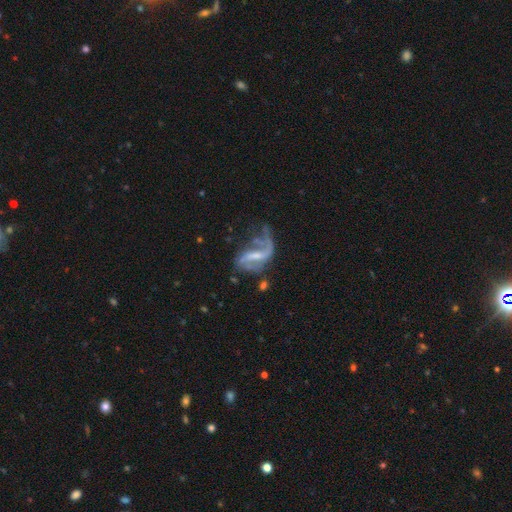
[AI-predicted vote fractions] Smooth or featured? Predicted: featured or disk (p=0.83). Edge-on disk? Predicted: no (p=0.96). Bar? Predicted: weak (p=0.46). Spiral arms? Predicted: yes (p=0.88). Spiral winding? Predicted: loose (p=0.70). Spiral arm count? Predicted: 2 (p=0.72). Bulge size? Predicted: small (p=0.47). Merging? Predicted: none (p=0.36).